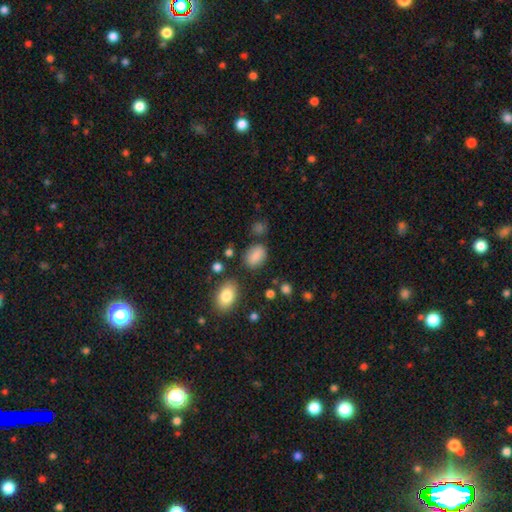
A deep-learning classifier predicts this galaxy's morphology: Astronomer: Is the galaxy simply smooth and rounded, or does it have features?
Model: smooth — 84%.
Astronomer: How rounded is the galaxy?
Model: in between — 82%.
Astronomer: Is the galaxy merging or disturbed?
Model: none — 74%.